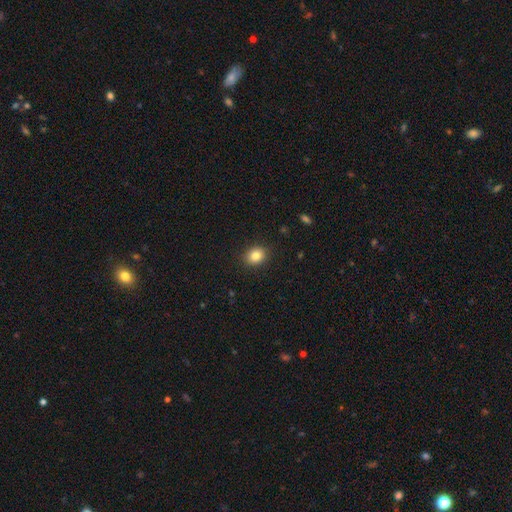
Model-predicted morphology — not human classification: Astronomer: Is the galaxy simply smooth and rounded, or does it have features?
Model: smooth — 84%.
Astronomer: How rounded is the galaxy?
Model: round — 59% (runner-up: in between, 40%).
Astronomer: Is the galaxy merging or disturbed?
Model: none — 89%.